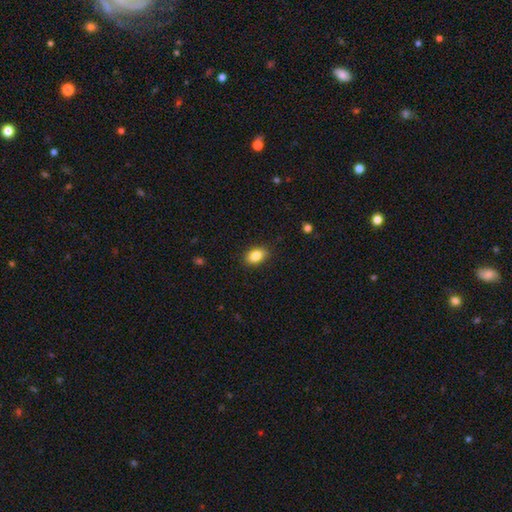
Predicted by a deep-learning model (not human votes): A smooth galaxy with no disk features (86%) that is in between round and cigar-shaped (84%). Merging: none (87%).